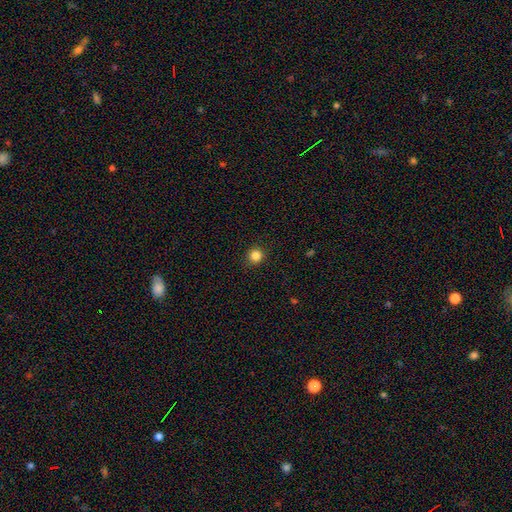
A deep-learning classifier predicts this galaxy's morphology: This is clearly a smooth galaxy (84%). How rounded: clearly round (94%). Merging: clearly none (92%).